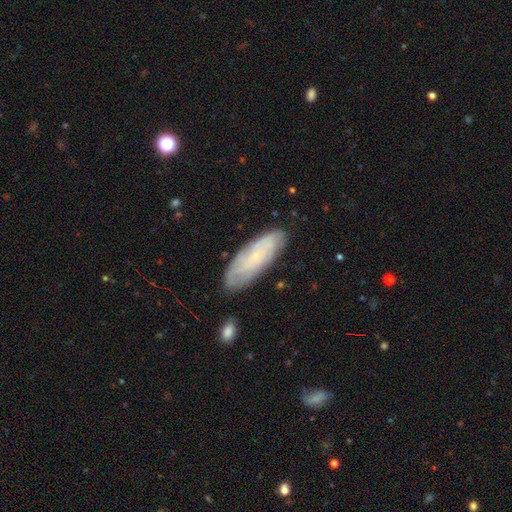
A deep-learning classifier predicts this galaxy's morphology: smooth_or_featured: featured or disk (p=0.50) [alt: smooth p=0.42]
merging: none (p=0.77) [alt: minor disturbance p=0.17]